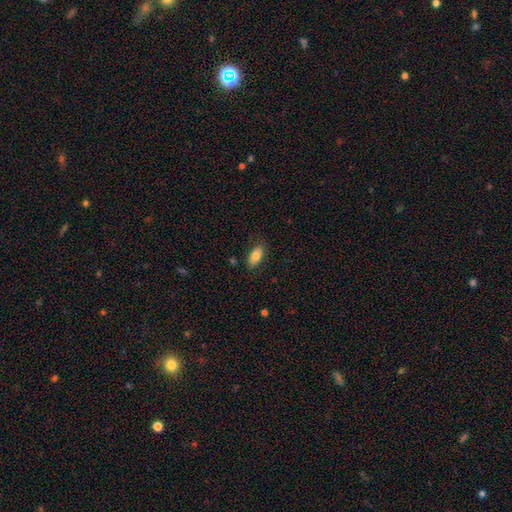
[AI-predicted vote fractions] Overall: smooth (79%). How rounded: in between (91%). Merging: none (82%).